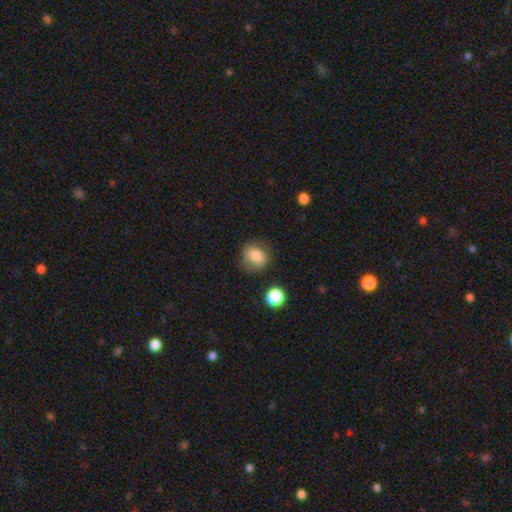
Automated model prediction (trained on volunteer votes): The model was most divided on "how rounded": round: 59%, in between: 40%, cigar-shaped: 1%. More confident: smooth or featured — smooth (78%); merging — none (69%).